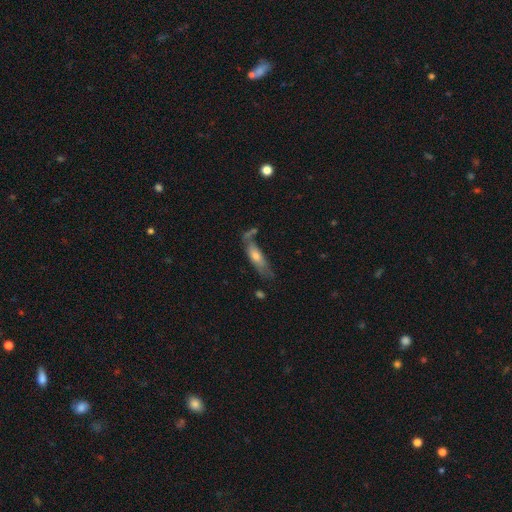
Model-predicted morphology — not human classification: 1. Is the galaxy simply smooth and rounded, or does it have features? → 55% smooth, 38% featured or disk, 7% star or artifact.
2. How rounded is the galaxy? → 57% cigar-shaped, 41% in between, 2% round.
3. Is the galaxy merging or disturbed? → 49% none, 25% minor disturbance, 13% merger, 13% major disturbance.